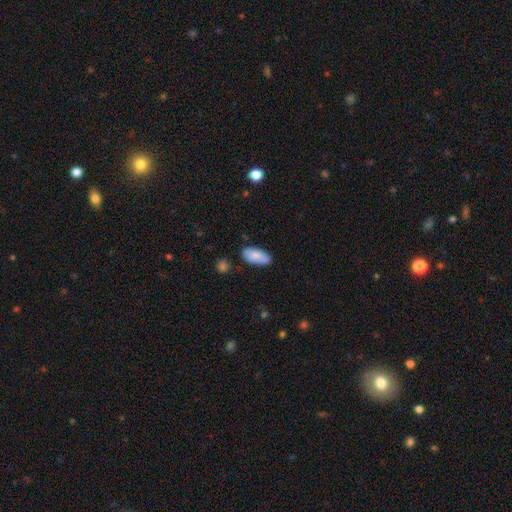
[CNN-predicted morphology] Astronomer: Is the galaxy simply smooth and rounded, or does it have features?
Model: smooth — 84%.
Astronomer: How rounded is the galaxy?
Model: in between — 90%.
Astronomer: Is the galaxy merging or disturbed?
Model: none — 77%.